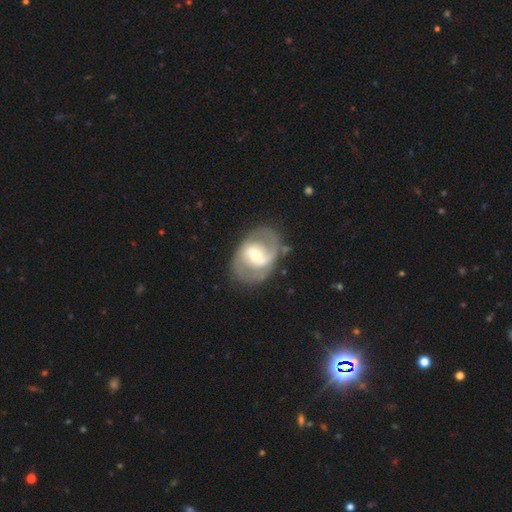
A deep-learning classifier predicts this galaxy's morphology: A featured or disk galaxy (77%) with a weak bar (41%), 2 (84%) medium (48%) spiral arms (80%) and a moderate central bulge (59%).

Vote fractions:
- Smooth or featured? featured or disk: 77% / smooth: 18% / star or artifact: 6%
- Edge-on disk? no: 96% / yes: 4%
- Bar? weak: 41% / no: 32% / strong: 26%
- Spiral arms? yes: 80% / no: 20%
- Spiral winding? medium: 48% / tight: 27% / loose: 25%
- Spiral arm count? 2: 84% / can't tell: 9% / 1: 3% / 3: 2% / 4: 1% / more than 4: 1%
- Bulge size? moderate: 59% / small: 33% / large: 7% / dominant: 1% / none: 1%
- Merging? none: 76% / minor disturbance: 14% / major disturbance: 8% / merger: 2%